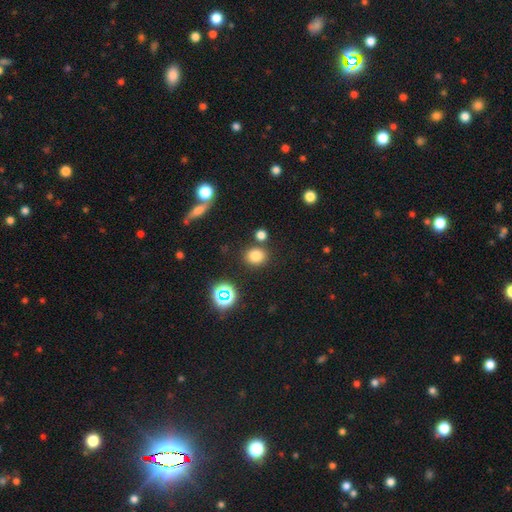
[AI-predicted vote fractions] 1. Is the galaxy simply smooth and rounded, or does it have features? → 78% smooth, 16% star or artifact, 6% featured or disk.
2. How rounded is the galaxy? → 74% round, 25% in between, 1% cigar-shaped.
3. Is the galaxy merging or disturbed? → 79% none, 9% minor disturbance, 9% merger, 3% major disturbance.